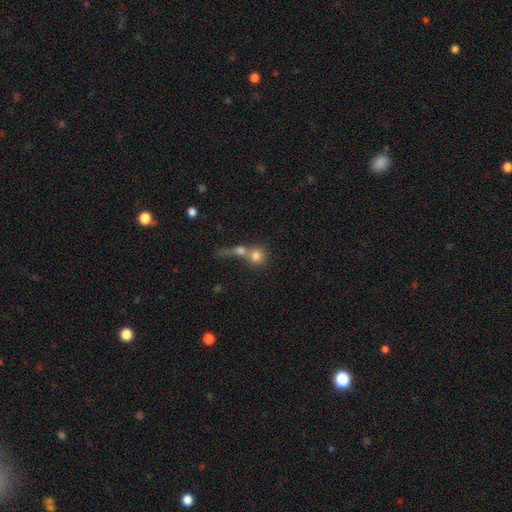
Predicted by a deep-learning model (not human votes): The model was most divided on "merging": merger: 60%, none: 28%, minor disturbance: 6%, major disturbance: 6%. More confident: how rounded — round (83%); smooth or featured — smooth (74%).